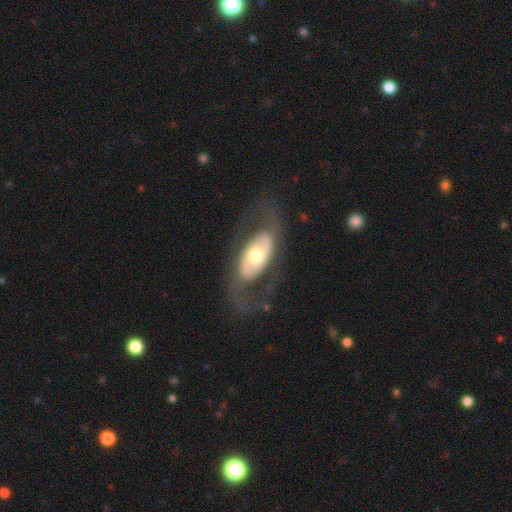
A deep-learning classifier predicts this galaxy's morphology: A featured or disk galaxy (65%) with no bar (72%), no spiral arms (53%) and a moderate central bulge (66%).

Vote fractions:
- Smooth or featured? featured or disk: 65% / smooth: 30% / star or artifact: 5%
- Edge-on disk? no: 88% / yes: 12%
- Bar? no: 72% / weak: 17% / strong: 11%
- Spiral arms? no: 53% / yes: 47%
- Bulge size? moderate: 66% / large: 16% / small: 14% / dominant: 2% / none: 1%
- Merging? none: 70% / major disturbance: 15% / minor disturbance: 13% / merger: 1%